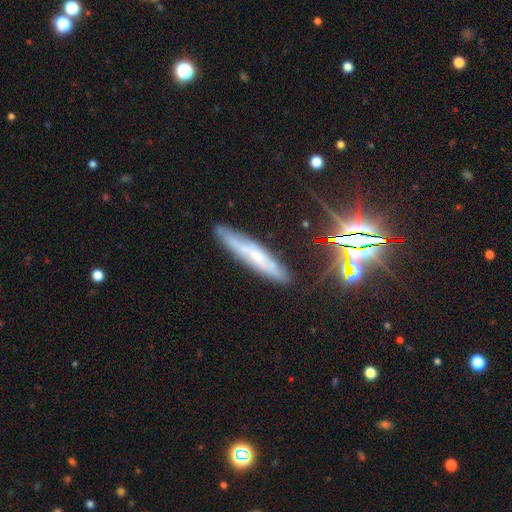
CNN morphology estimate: The model was most divided on "smooth or featured": featured or disk: 50%, smooth: 36%, star or artifact: 14%. More confident: merging — none (80%).